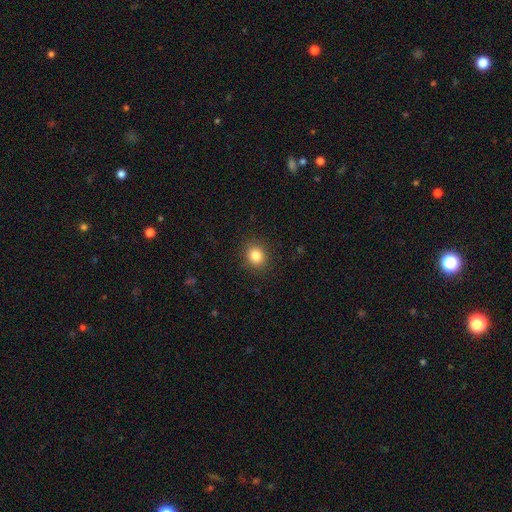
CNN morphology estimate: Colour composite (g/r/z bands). It shows a smooth galaxy with no disk features (84%) that is round (76%). Merging: none (90%).